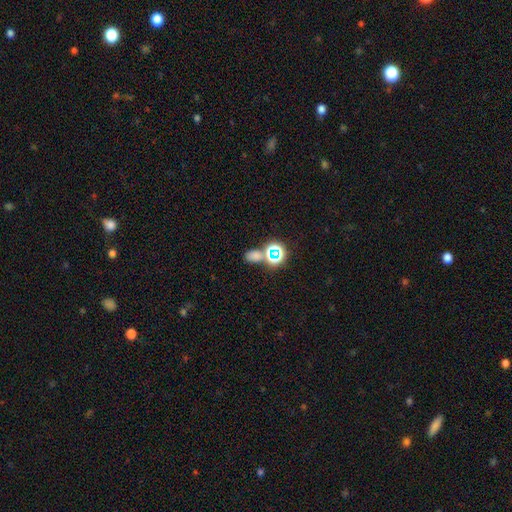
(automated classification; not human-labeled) Morphology: type=smooth (58%); roundness=in between (64%); merging=none (60%).